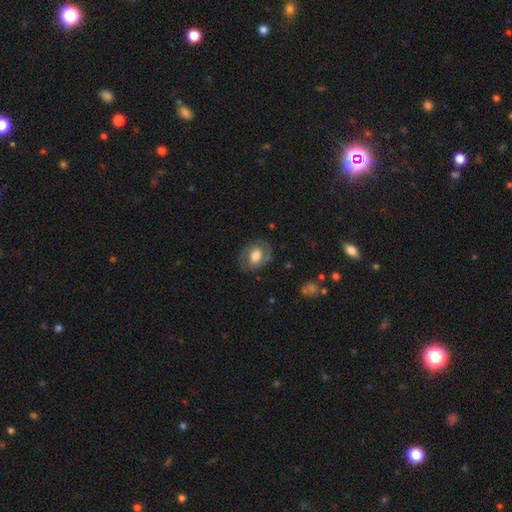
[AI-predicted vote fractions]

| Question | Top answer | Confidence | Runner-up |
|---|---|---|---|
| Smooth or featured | smooth | 49% | featured or disk (44%) |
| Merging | none | 73% | minor disturbance (17%) |